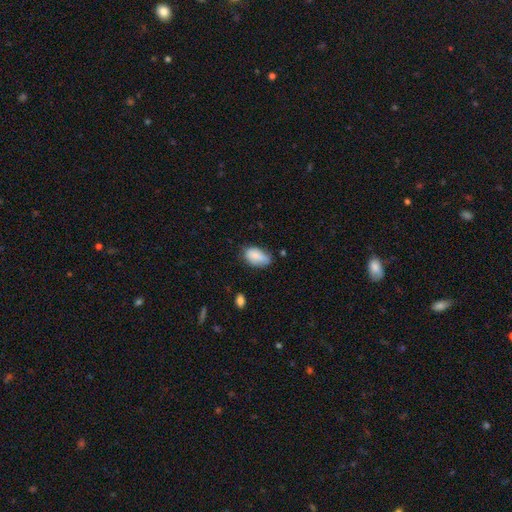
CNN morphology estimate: A smooth galaxy with no disk features (82%) that is in between round and cigar-shaped (92%).

Vote fractions:
- Smooth or featured? smooth: 82% / featured or disk: 10% / star or artifact: 7%
- How rounded? in between: 92% / round: 5% / cigar-shaped: 3%
- Merging? none: 51% / minor disturbance: 36% / major disturbance: 9% / merger: 3%